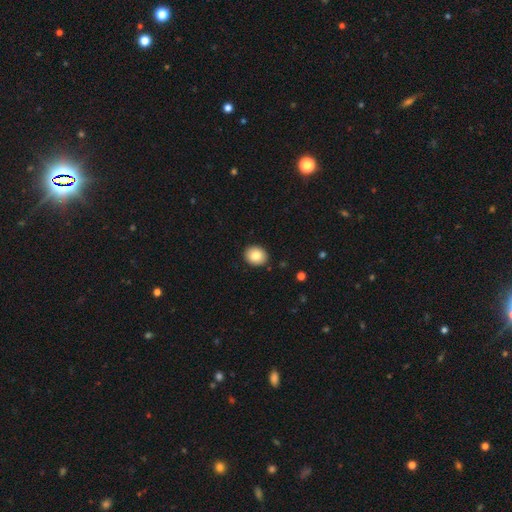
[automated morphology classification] Overall: smooth (84%). How rounded: round (70%). Merging: none (91%).